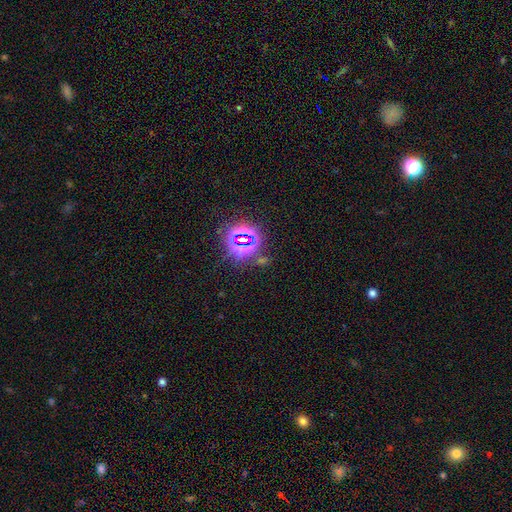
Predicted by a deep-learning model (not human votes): smooth-or-featured: star or artifact: 78% | smooth: 14% | featured or disk: 8%